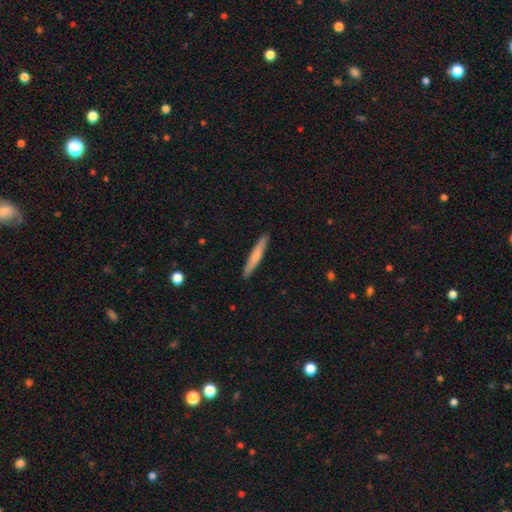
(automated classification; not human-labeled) This appears to be a smooth galaxy with no disk features (68%) that is cigar-shaped (95%). Merging: none (91%).